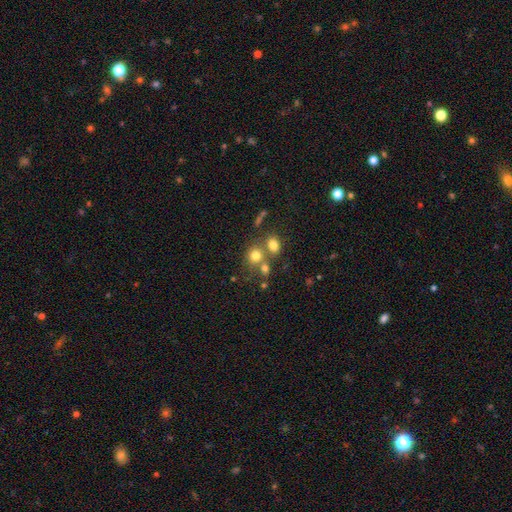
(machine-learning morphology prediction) smooth_or_featured: smooth (p=0.75) [alt: star or artifact p=0.14]
how_rounded: round (p=0.75) [alt: in between p=0.24]
merging: none (p=0.51) [alt: merger p=0.35]